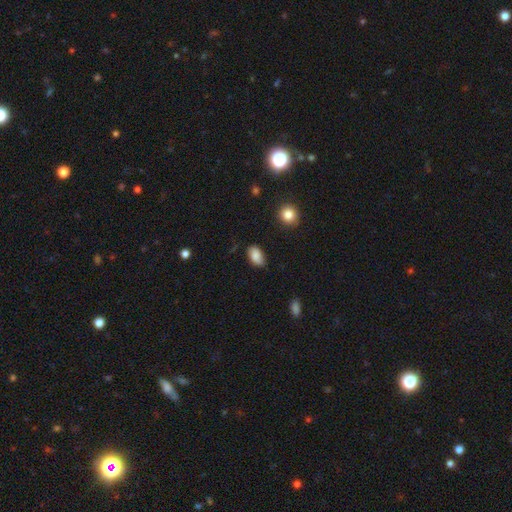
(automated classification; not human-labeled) Smooth or featured?
  - smooth: 86% *
  - star or artifact: 8%
  - featured or disk: 7%
How rounded?
  - in between: 91% *
  - round: 7%
  - cigar-shaped: 2%
Merging?
  - none: 76% *
  - minor disturbance: 19%
  - major disturbance: 3%
  - merger: 1%